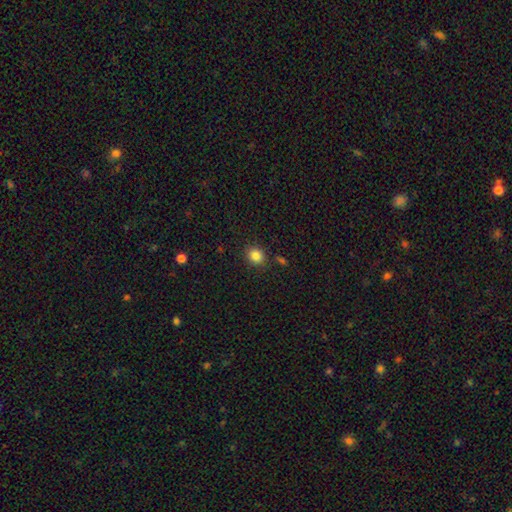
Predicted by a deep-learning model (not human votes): Smooth or featured? Predicted: smooth (p=0.84). How rounded? Predicted: round (p=0.72). Merging? Predicted: none (p=0.85).